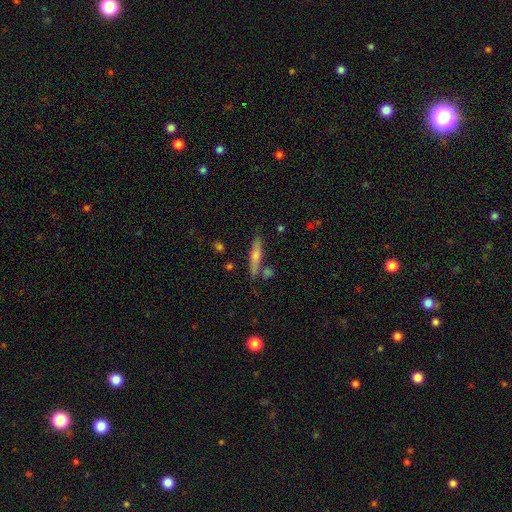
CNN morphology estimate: Overall: featured or disk (49%; smooth 44%). Merging: none (78%).